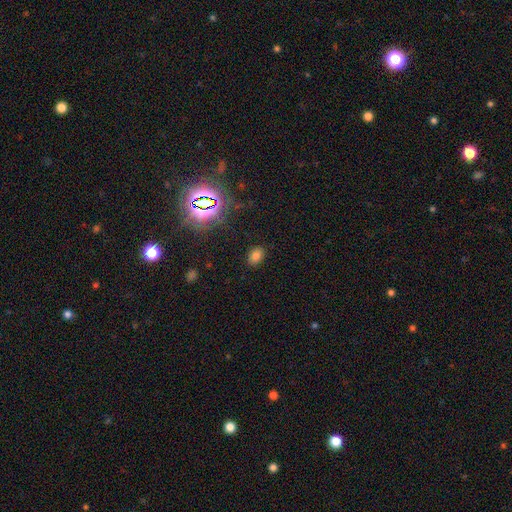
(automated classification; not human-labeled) Morphology: type=smooth (74%); roundness=in between (82%); merging=none (87%).